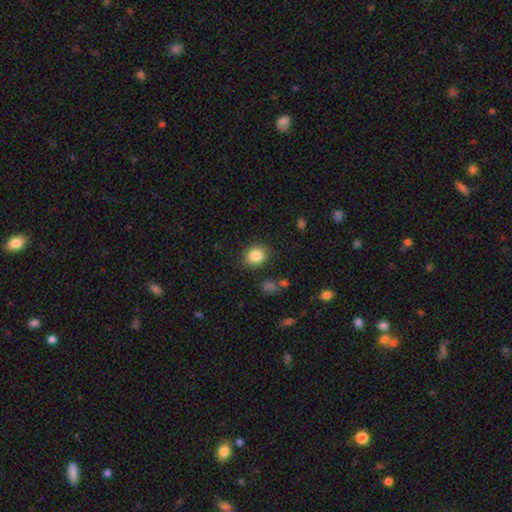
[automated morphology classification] smooth-or-featured: smooth: 84% | star or artifact: 10% | featured or disk: 7%
  how-rounded: round: 67% | in between: 32% | cigar-shaped: 1%
  merging: none: 86% | minor disturbance: 10% | major disturbance: 3% | merger: 2%